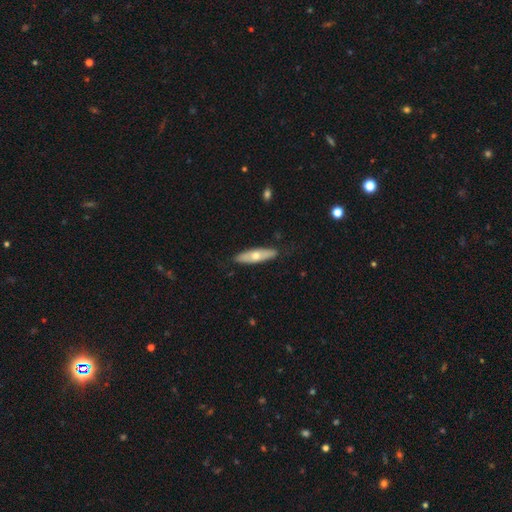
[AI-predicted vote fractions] A smooth galaxy with no disk features (55%) that is cigar-shaped (61%). Merging: none (86%).